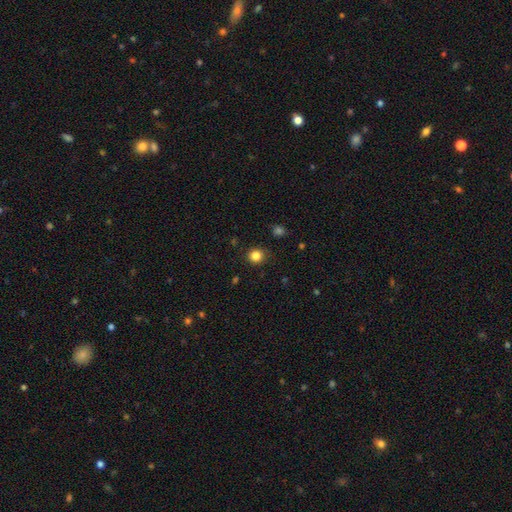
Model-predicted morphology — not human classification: A smooth galaxy with no disk features (83%) that is round (88%). Merging: none (89%).